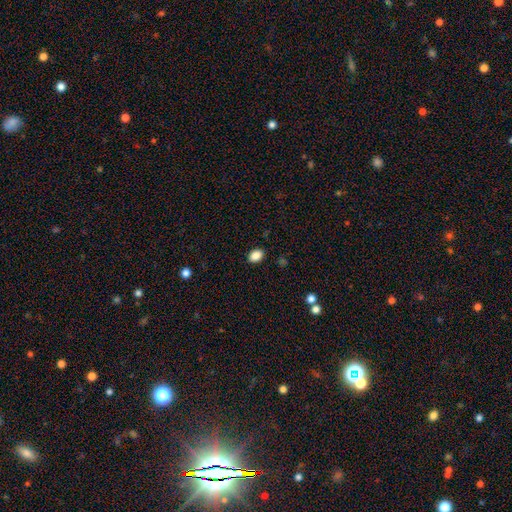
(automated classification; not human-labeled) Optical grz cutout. It shows a smooth galaxy with no disk features (87%) that is in between round and cigar-shaped (80%). Merging: none (88%).